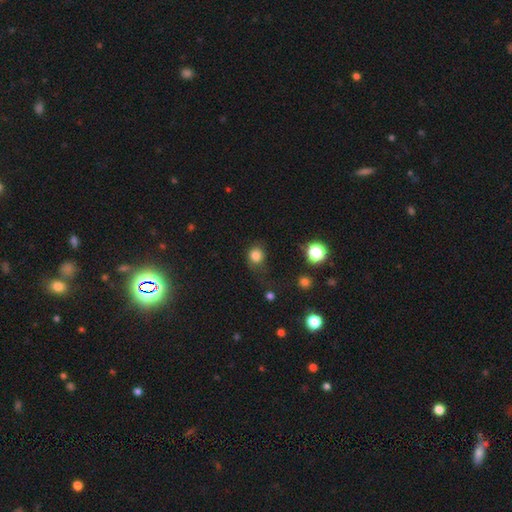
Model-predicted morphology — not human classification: Overall: smooth (82%). How rounded: round (80%). Merging: none (60%; minor disturbance 24%).